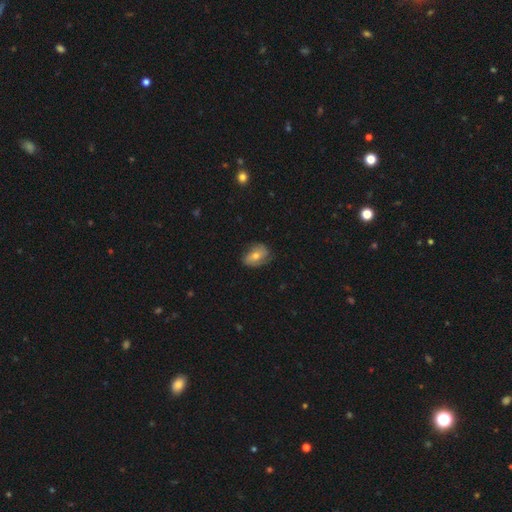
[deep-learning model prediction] smooth_or_featured: smooth (p=0.48) [alt: featured or disk p=0.44]
merging: none (p=0.68) [alt: minor disturbance p=0.24]